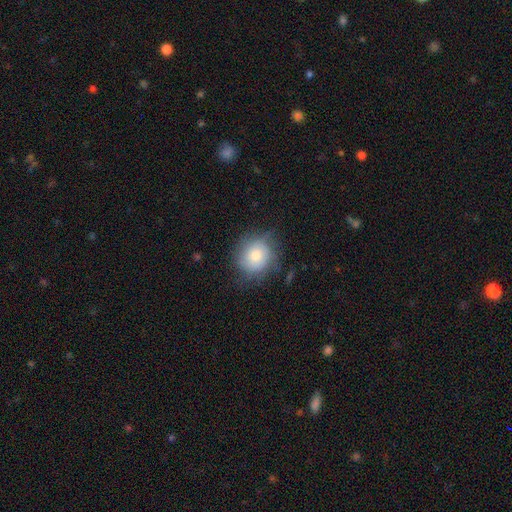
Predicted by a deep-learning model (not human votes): Smooth or featured: smooth — 65% (featured or disk — 25%)
How rounded: round — 85% (in between — 14%)
Merging: none — 67% (minor disturbance — 23%)